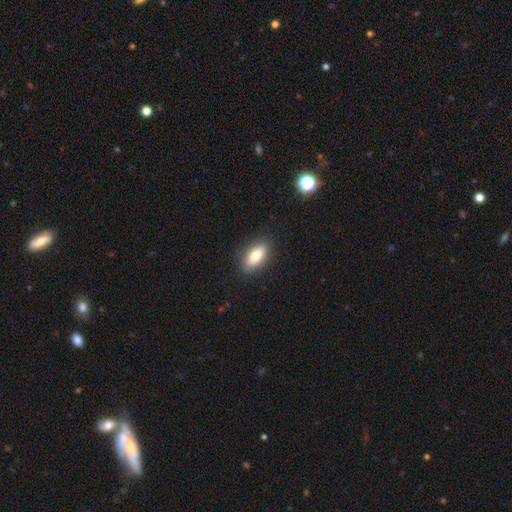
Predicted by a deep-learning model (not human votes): A smooth galaxy with no disk features (80%) that is in between round and cigar-shaped (85%). Merging: none (87%).